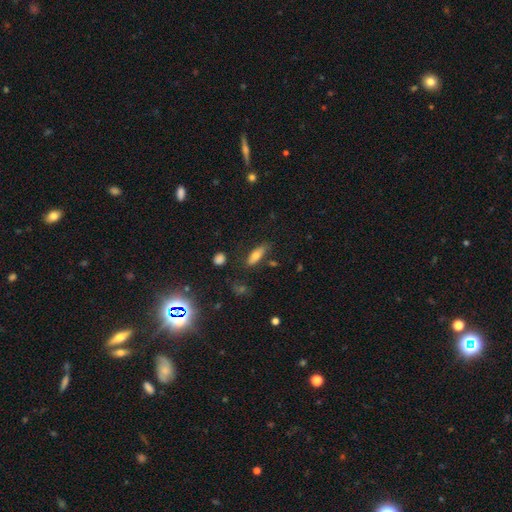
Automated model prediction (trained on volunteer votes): This appears to be a smooth galaxy with no disk features (69%) that is in between round and cigar-shaped (65%). Merging: none (72%).